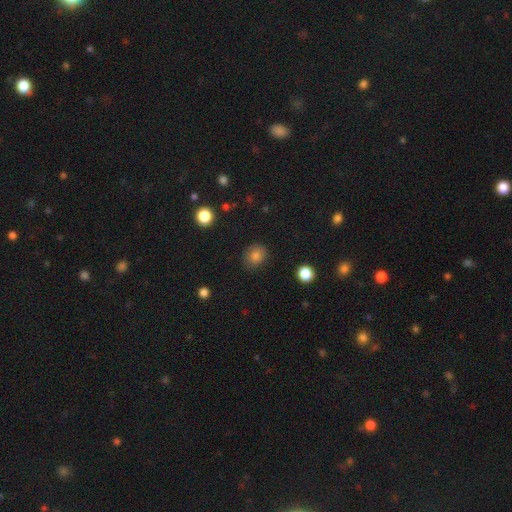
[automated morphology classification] This appears to be a smooth galaxy with no disk features (83%) that is round (73%). Merging: none (83%).